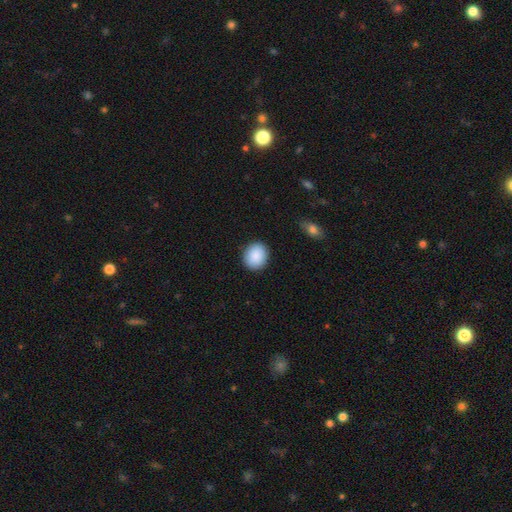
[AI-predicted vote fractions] smooth_or_featured: smooth (p=0.89) [alt: star or artifact p=0.07]
how_rounded: round (p=0.67) [alt: in between p=0.32]
merging: none (p=0.90) [alt: minor disturbance p=0.07]